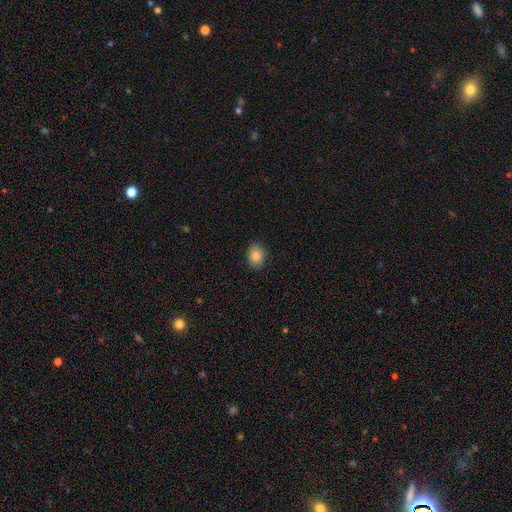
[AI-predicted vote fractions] The model was most divided on "how rounded": in between: 64%, round: 35%, cigar-shaped: 1%. More confident: merging — none (87%); smooth or featured — smooth (85%).